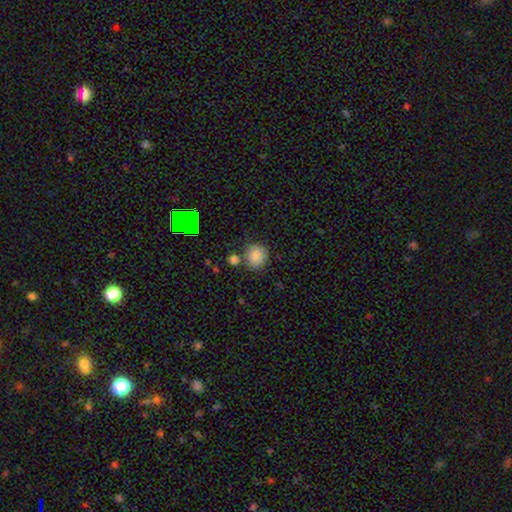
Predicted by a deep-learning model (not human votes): Q: Smooth or featured?
A: smooth (82%); runner-up: star or artifact (11%)
Q: How rounded?
A: round (86%); runner-up: in between (13%)
Q: Merging?
A: none (72%); runner-up: merger (14%)